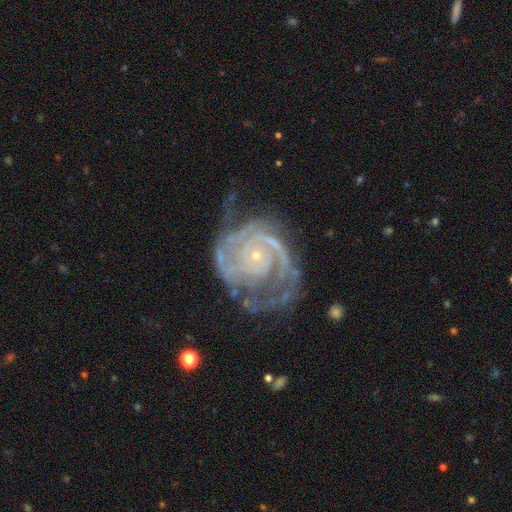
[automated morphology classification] A featured or disk galaxy (91%) with no bar (77%), 2 (49%) tight (63%) spiral arms (98%) and a small central bulge (86%). Merging: none (56%).